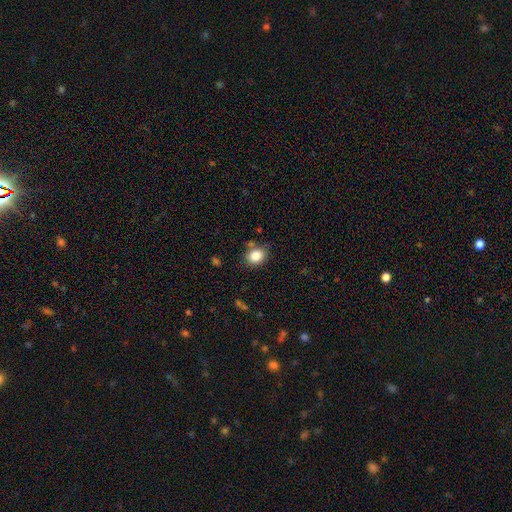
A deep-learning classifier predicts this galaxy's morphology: A smooth galaxy with no disk features (84%) that is round (57%).

Vote fractions:
- Smooth or featured? smooth: 84% / star or artifact: 10% / featured or disk: 6%
- How rounded? round: 57% / in between: 42% / cigar-shaped: 1%
- Merging? none: 78% / minor disturbance: 14% / merger: 5% / major disturbance: 3%